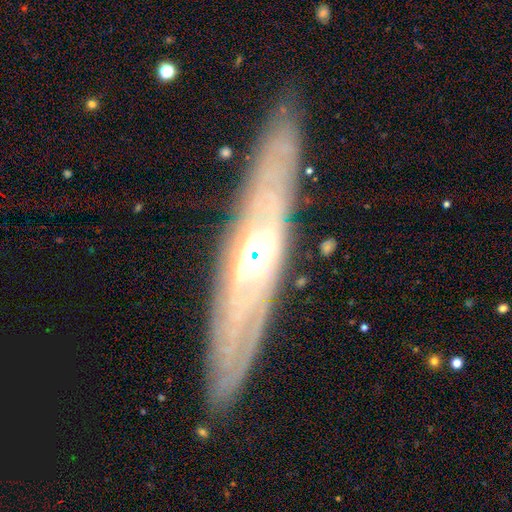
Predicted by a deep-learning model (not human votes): A featured or disk galaxy (78%) viewed edge-on (67%) with a rounded central bulge (63%). Merging: none (85%).